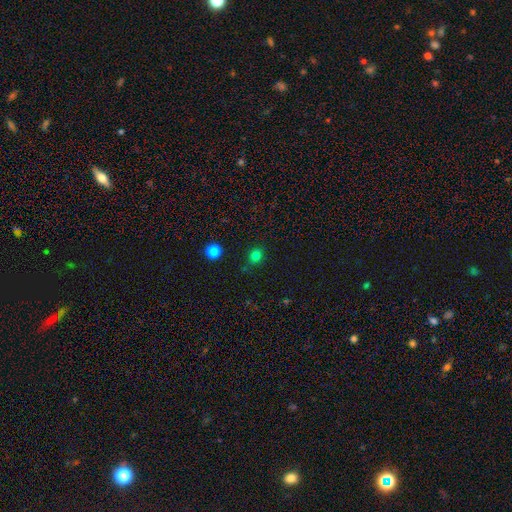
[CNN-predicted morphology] The model was most divided on "how rounded": round: 73%, in between: 26%, cigar-shaped: 1%. More confident: merging — none (79%); smooth or featured — smooth (79%).